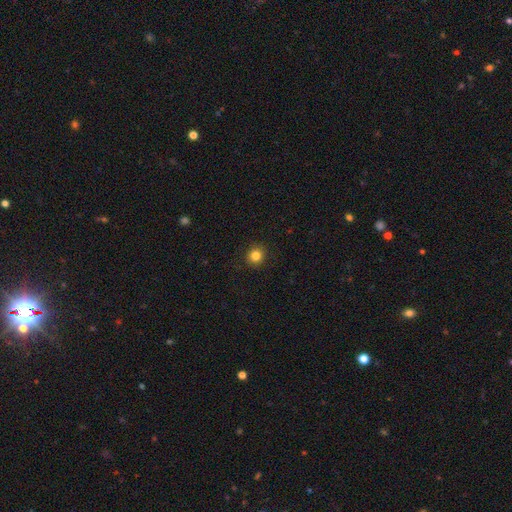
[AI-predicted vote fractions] The model was most divided on "smooth or featured": smooth: 84%, star or artifact: 12%, featured or disk: 4%. More confident: merging — none (91%); how rounded — round (90%).